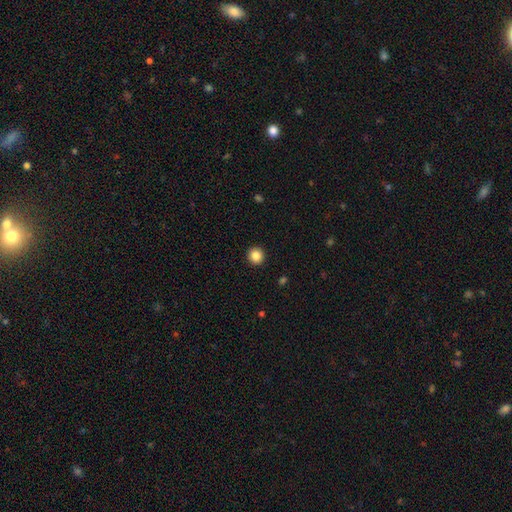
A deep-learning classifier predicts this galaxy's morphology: smooth_or_featured: smooth (p=0.86) [alt: star or artifact p=0.10]
how_rounded: round (p=0.93) [alt: in between p=0.06]
merging: none (p=0.93) [alt: minor disturbance p=0.04]